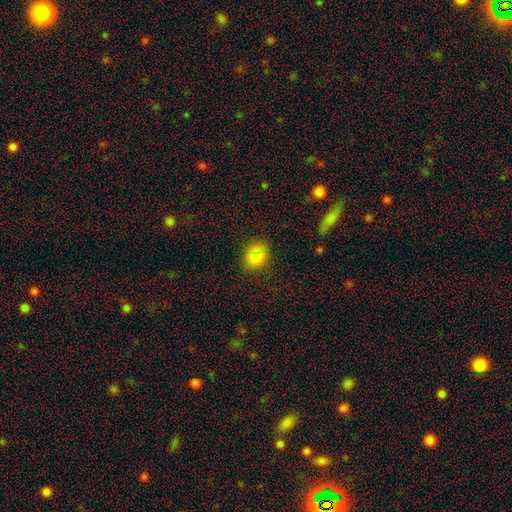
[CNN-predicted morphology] Smooth or featured? Predicted: smooth (p=0.80). How rounded? Predicted: round (p=0.55). Merging? Predicted: none (p=0.82).